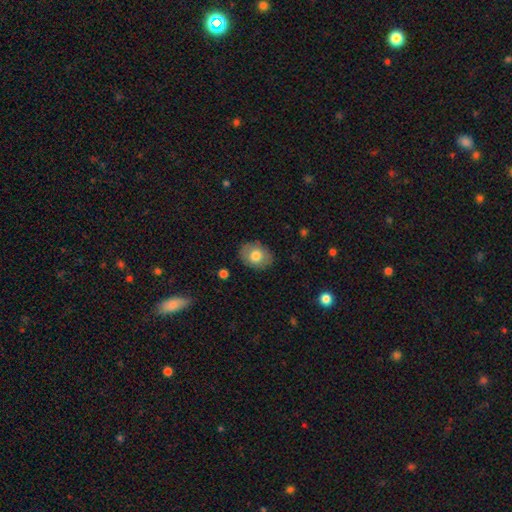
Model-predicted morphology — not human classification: Q: Smooth or featured?
A: smooth (76%); runner-up: featured or disk (17%)
Q: How rounded?
A: in between (67%); runner-up: round (32%)
Q: Merging?
A: none (85%); runner-up: minor disturbance (11%)